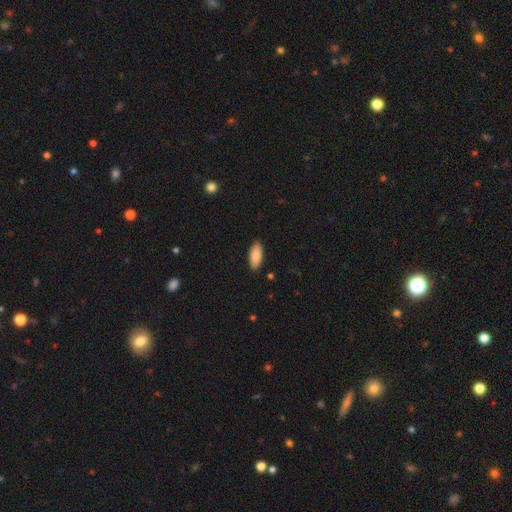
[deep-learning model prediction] Smooth or featured? Predicted: smooth (p=0.89). How rounded? Predicted: in between (p=0.85). Merging? Predicted: none (p=0.89).